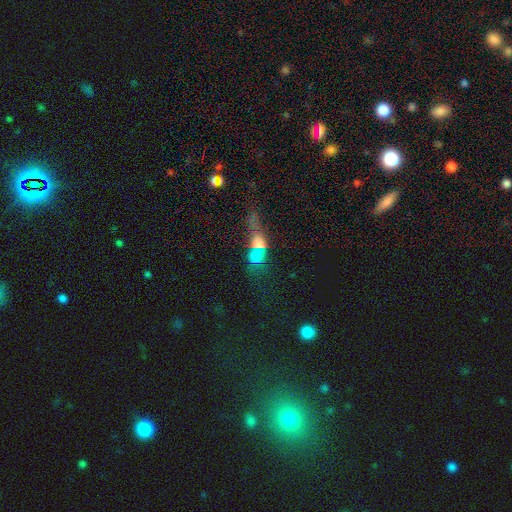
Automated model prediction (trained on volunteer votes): Smooth or featured? Predicted: smooth (p=0.53). How rounded? Predicted: in between (p=0.50). Merging? Predicted: merger (p=0.53).